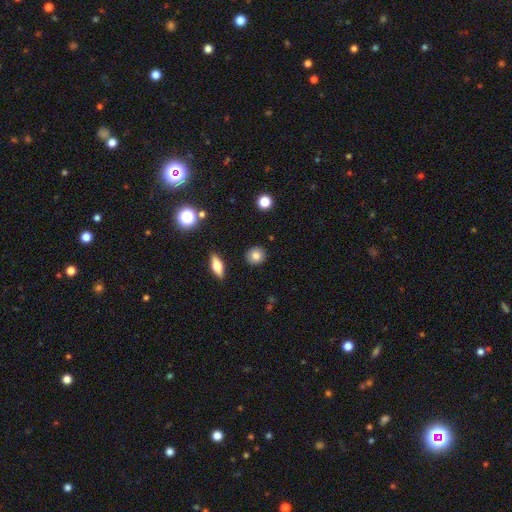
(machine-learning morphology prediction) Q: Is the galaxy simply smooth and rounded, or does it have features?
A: smooth — 80%.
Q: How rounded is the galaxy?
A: round — 85%.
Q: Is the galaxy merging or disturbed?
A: none — 90%.